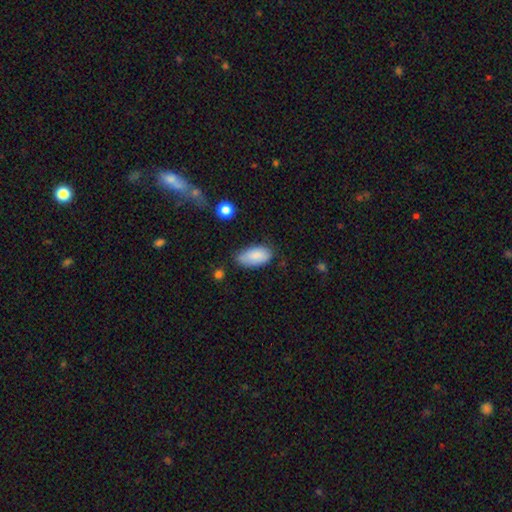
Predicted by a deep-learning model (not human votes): Overall: smooth (84%). How rounded: in between (94%). Merging: none (61%; minor disturbance 30%).